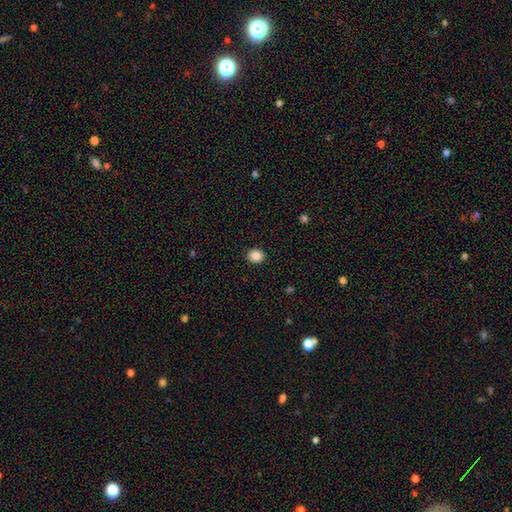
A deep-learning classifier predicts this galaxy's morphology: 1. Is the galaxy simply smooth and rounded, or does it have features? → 87% smooth, 9% star or artifact, 3% featured or disk.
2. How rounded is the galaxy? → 65% round, 34% in between, 1% cigar-shaped.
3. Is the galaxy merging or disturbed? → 91% none, 6% minor disturbance, 2% major disturbance, 1% merger.